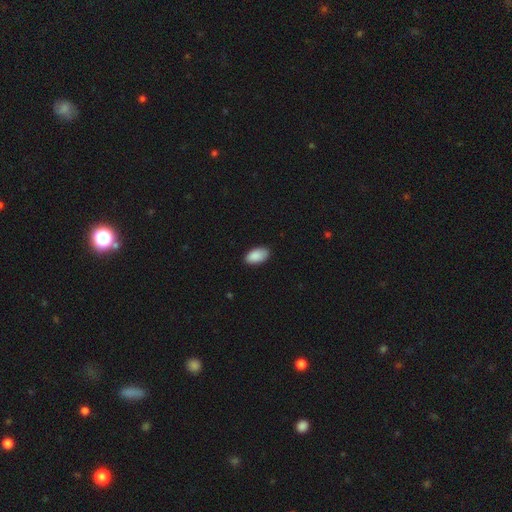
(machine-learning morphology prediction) This is clearly a smooth galaxy (90%). How rounded: clearly in between (95%). Merging: clearly none (85%).